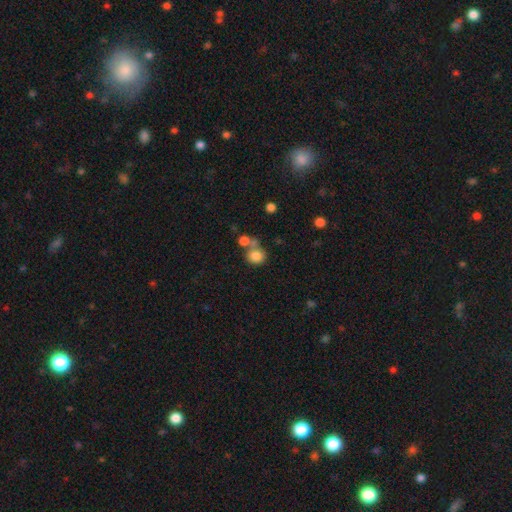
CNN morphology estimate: Smooth or featured? smooth (81%)
How rounded? round (79%)
Merging? none (50%)